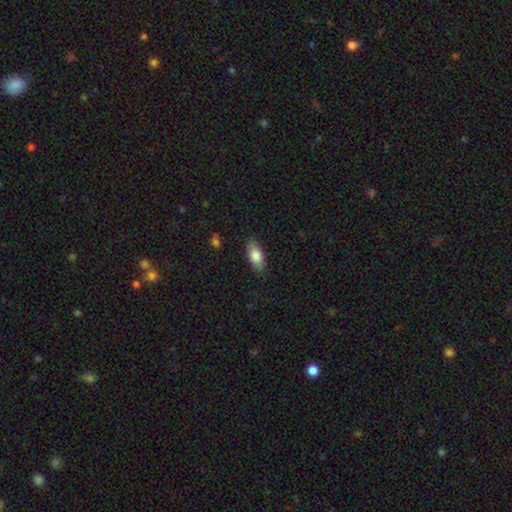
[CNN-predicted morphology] type=smooth (81%); roundness=in between (86%); merging=none (85%).